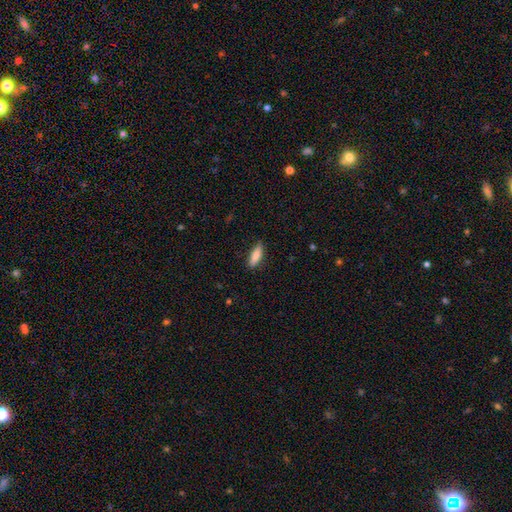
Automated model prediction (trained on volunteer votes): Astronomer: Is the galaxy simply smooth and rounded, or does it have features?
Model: smooth — 84%.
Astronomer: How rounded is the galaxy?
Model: in between — 51% (runner-up: cigar-shaped, 47%).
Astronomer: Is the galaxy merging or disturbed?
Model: none — 85%.